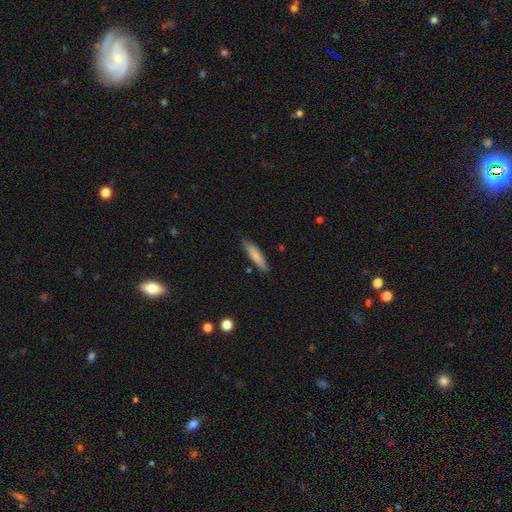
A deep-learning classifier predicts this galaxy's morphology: A smooth galaxy with no disk features (77%) that is cigar-shaped (80%).

Vote fractions:
- Smooth or featured? smooth: 77% / featured or disk: 17% / star or artifact: 6%
- How rounded? cigar-shaped: 80% / in between: 18% / round: 1%
- Merging? none: 82% / minor disturbance: 13% / major disturbance: 2% / merger: 2%